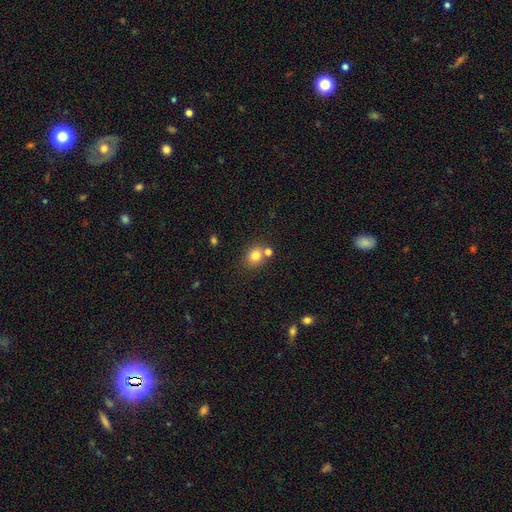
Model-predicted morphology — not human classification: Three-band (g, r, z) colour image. It shows a smooth galaxy with no disk features (79%) that is round (69%). Merging: none (65%).